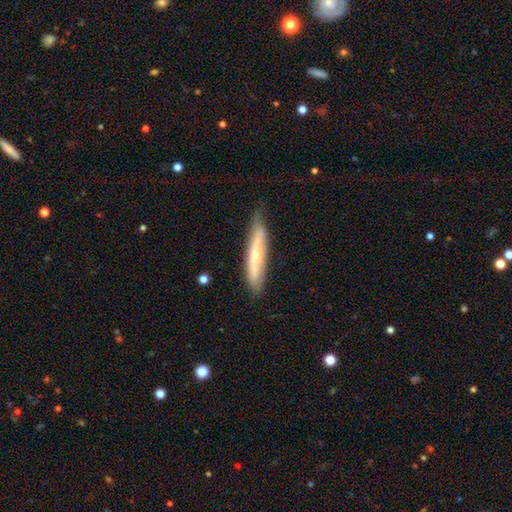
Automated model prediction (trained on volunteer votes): smooth_or_featured: featured or disk (p=0.48) [alt: smooth p=0.46]
merging: none (p=0.74) [alt: minor disturbance p=0.21]